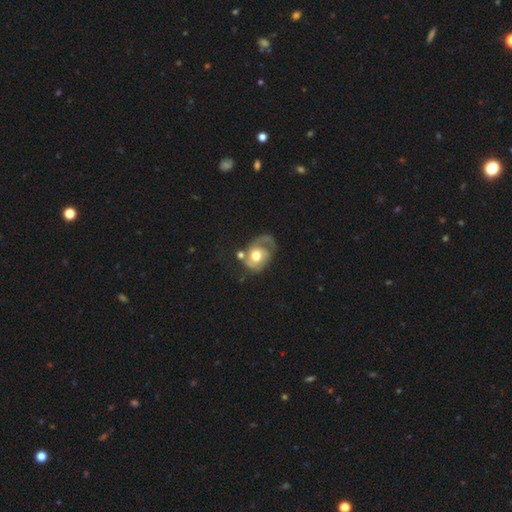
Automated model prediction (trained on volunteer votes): Smooth or featured: featured or disk — 66% (smooth — 28%)
Edge-on disk: no — 97% (yes — 3%)
Bar: no — 76% (weak — 20%)
Spiral arms: yes — 79% (no — 21%)
Spiral winding: medium — 38% (tight — 34%)
Spiral arm count: 1 — 52% (2 — 35%)
Bulge size: moderate — 67% (large — 23%)
Merging: major disturbance — 33% (tied with none — 33%)